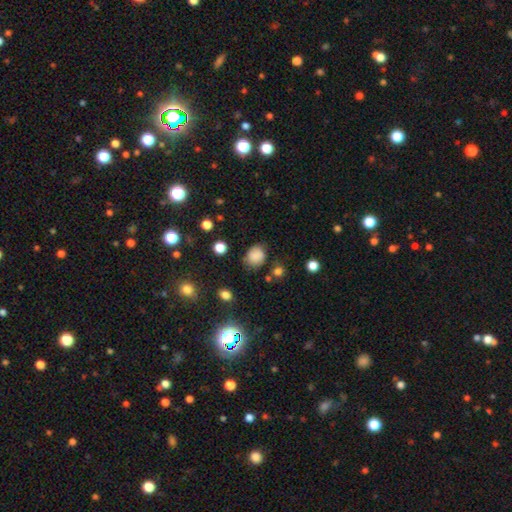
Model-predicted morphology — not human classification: type=smooth (82%); roundness=round (57%); merging=none (69%).